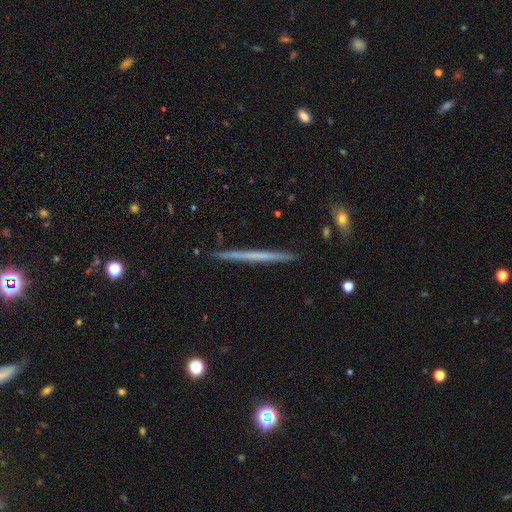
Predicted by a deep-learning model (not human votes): This is possibly a featured or disk galaxy (53%). It is clearly viewed edge-on (98%). Edge-on bulge: clearly none (92%). Merging: clearly none (92%).